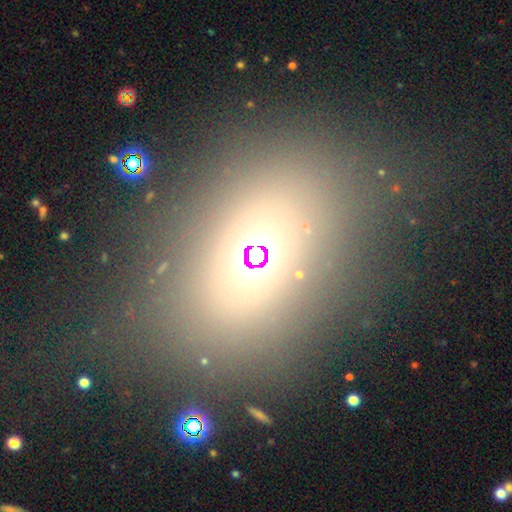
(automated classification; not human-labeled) Q: Smooth or featured?
A: smooth (49%); runner-up: star or artifact (34%)
Q: Merging?
A: none (83%); runner-up: minor disturbance (9%)